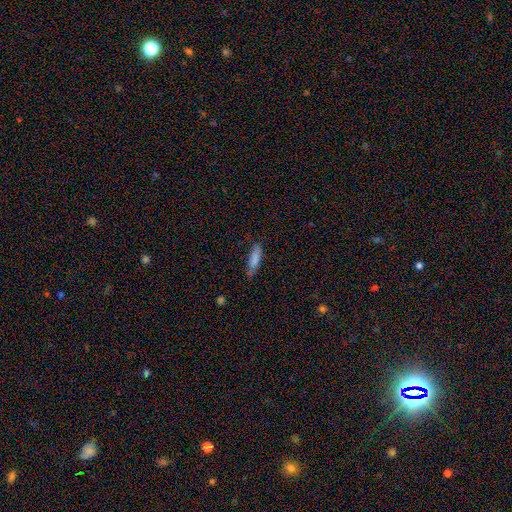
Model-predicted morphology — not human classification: Q: Smooth or featured?
A: smooth (78%); runner-up: featured or disk (14%)
Q: How rounded?
A: cigar-shaped (70%); runner-up: in between (28%)
Q: Merging?
A: none (71%); runner-up: minor disturbance (21%)